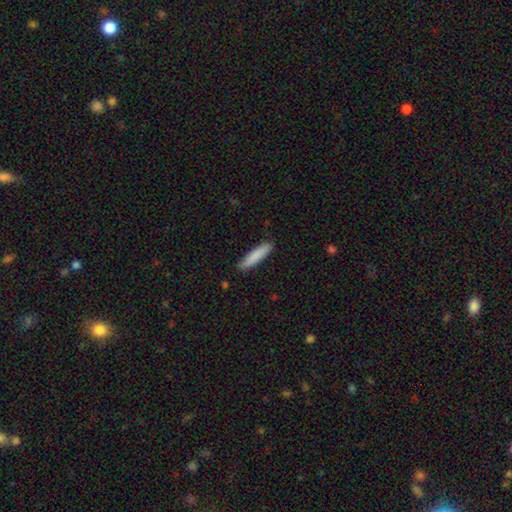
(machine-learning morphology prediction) smooth-or-featured: smooth: 85% | featured or disk: 10% | star or artifact: 6%
  how-rounded: cigar-shaped: 84% | in between: 15% | round: 1%
  merging: none: 88% | minor disturbance: 9% | major disturbance: 2% | merger: 1%